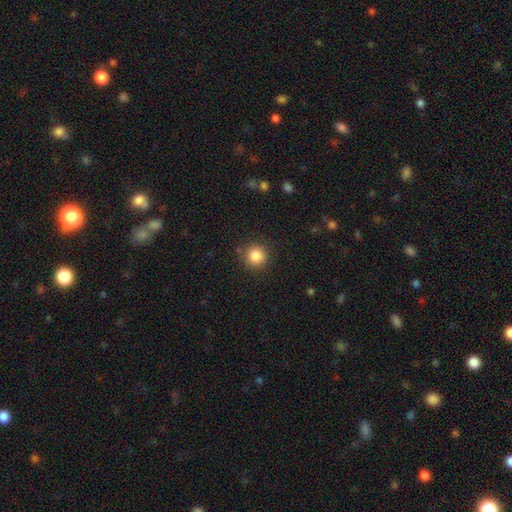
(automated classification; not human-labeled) A smooth galaxy with no disk features (85%) that is round (93%).

Vote fractions:
- Smooth or featured? smooth: 85% / star or artifact: 10% / featured or disk: 5%
- How rounded? round: 93% / in between: 6% / cigar-shaped: 1%
- Merging? none: 85% / minor disturbance: 10% / major disturbance: 3% / merger: 2%